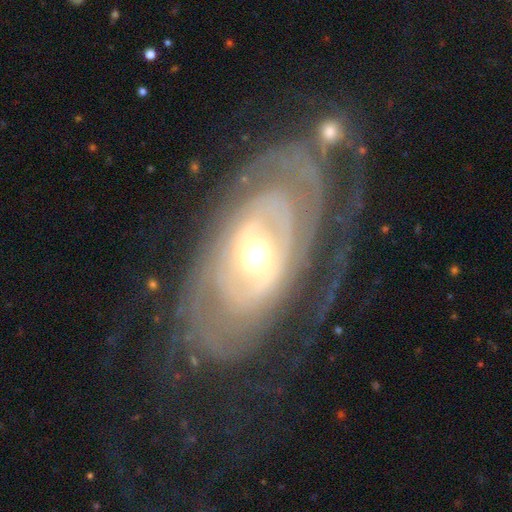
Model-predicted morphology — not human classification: Smooth or featured? Predicted: featured or disk (p=0.85). Edge-on disk? Predicted: no (p=0.93). Bar? Predicted: no (p=0.63). Spiral arms? Predicted: yes (p=0.76). Spiral winding? Predicted: tight (p=0.69). Spiral arm count? Predicted: can't tell (p=0.46). Bulge size? Predicted: moderate (p=0.68). Merging? Predicted: none (p=0.60).